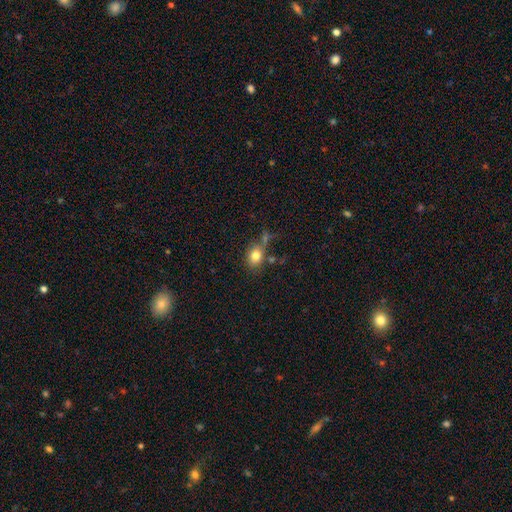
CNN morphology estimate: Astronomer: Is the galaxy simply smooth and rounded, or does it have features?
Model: smooth — 80%.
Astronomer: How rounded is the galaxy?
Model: in between — 60% (runner-up: round, 39%).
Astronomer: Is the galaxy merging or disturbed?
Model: none — 57%.